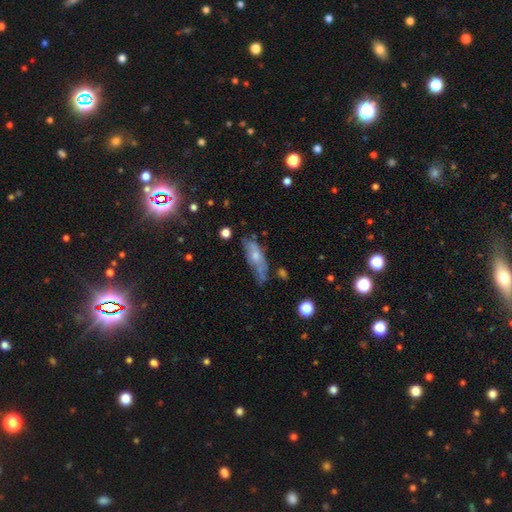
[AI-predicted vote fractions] Smooth or featured: smooth — 48% (featured or disk — 43%)
Merging: none — 43% (minor disturbance — 32%)